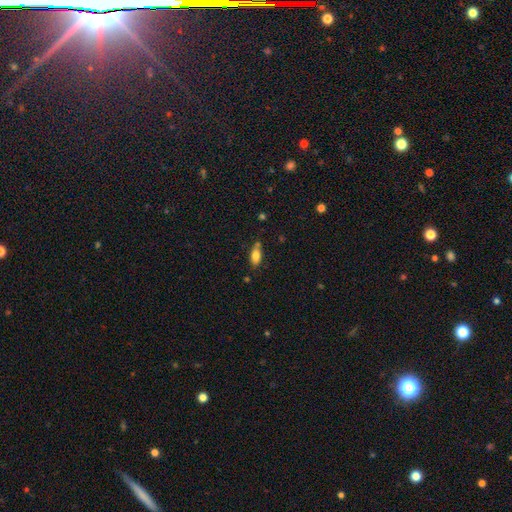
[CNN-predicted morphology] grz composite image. It shows a smooth galaxy with no disk features (79%) that is in between round and cigar-shaped (83%). Merging: none (63%).